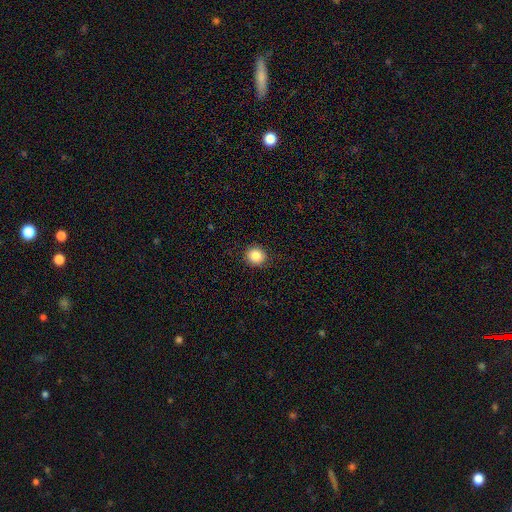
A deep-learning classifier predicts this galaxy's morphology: A smooth galaxy with no disk features (86%) that is round (92%).

Vote fractions:
- Smooth or featured? smooth: 86% / star or artifact: 9% / featured or disk: 4%
- How rounded? round: 92% / in between: 7% / cigar-shaped: 1%
- Merging? none: 91% / minor disturbance: 6% / major disturbance: 2% / merger: 1%